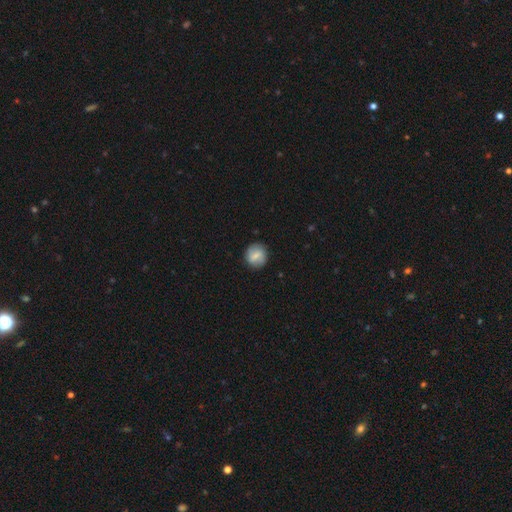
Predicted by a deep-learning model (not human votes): This appears to be a smooth galaxy with no disk features (66%) that is round (84%). Merging: none (85%).